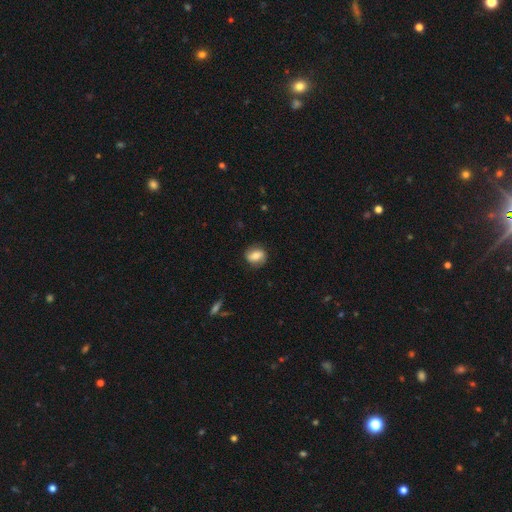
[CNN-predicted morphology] smooth 63%, featured or disk 28%, star or artifact 9%. Down the decision tree: how rounded — in between (52%); merging — none (82%).